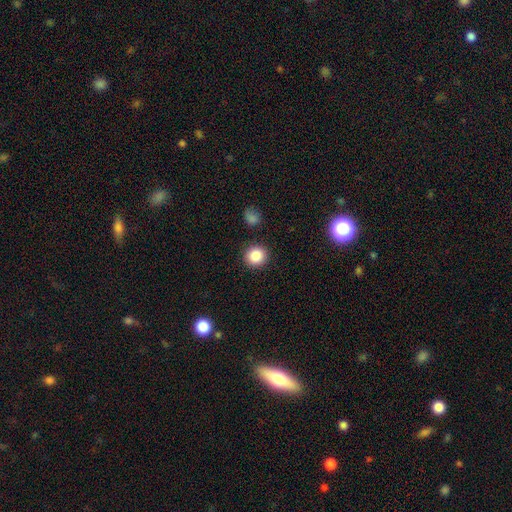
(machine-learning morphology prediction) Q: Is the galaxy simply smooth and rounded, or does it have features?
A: smooth — 86%.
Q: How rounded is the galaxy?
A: round — 90%.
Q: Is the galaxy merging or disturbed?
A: none — 88%.